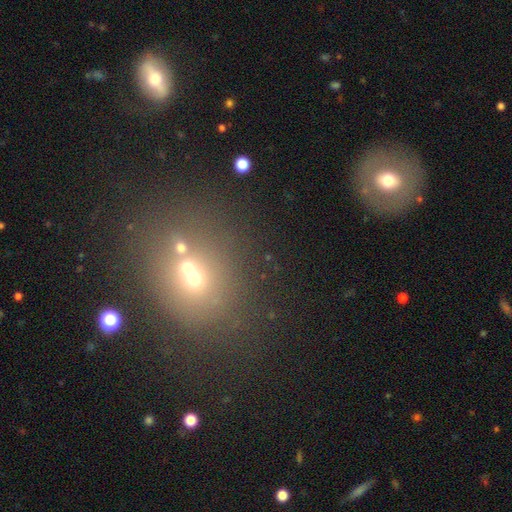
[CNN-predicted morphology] smooth-or-featured: smooth: 47% | star or artifact: 33% | featured or disk: 19%
  merging: none: 56% | merger: 27% | minor disturbance: 11% | major disturbance: 6%